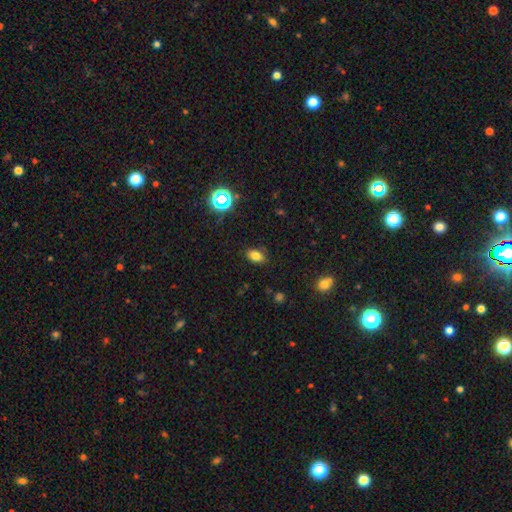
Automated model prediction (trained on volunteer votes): smooth_or_featured: smooth (p=0.78) [alt: star or artifact p=0.15]
how_rounded: in between (p=0.85) [alt: round p=0.13]
merging: none (p=0.86) [alt: minor disturbance p=0.10]